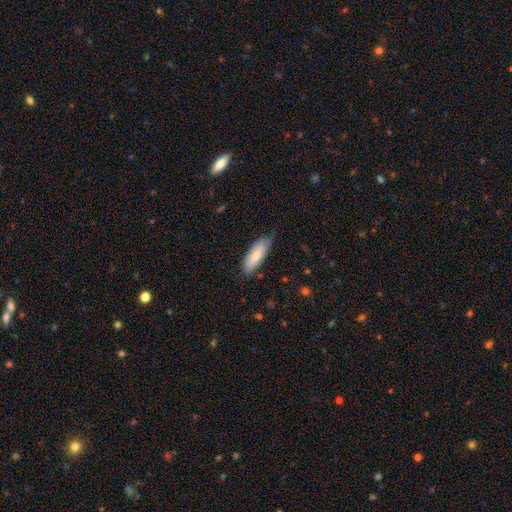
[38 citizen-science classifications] Smooth or featured? smooth (87%)
How rounded? in between (73%)
Merging? none (51%)